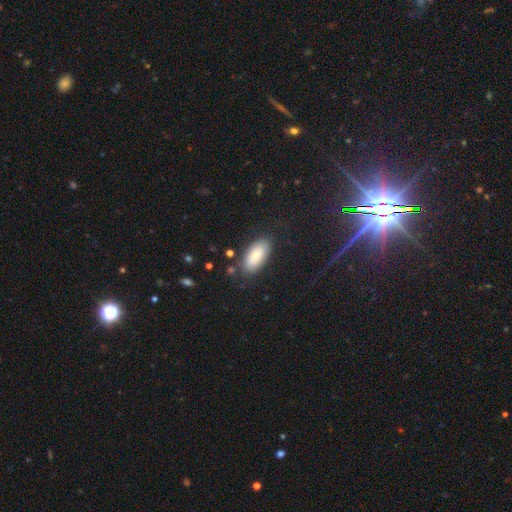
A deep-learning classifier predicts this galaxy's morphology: Smooth or featured: smooth — 80% (featured or disk — 13%)
How rounded: in between — 92% (cigar-shaped — 6%)
Merging: none — 82% (minor disturbance — 13%)